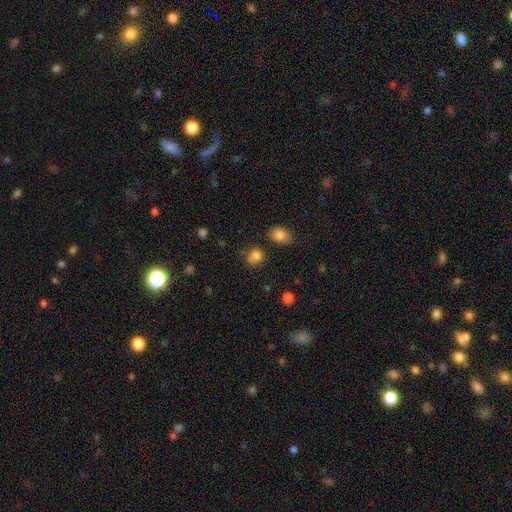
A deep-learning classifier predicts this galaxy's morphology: This appears to be a smooth galaxy with no disk features (81%) that is round (73%). Merging: none (65%).